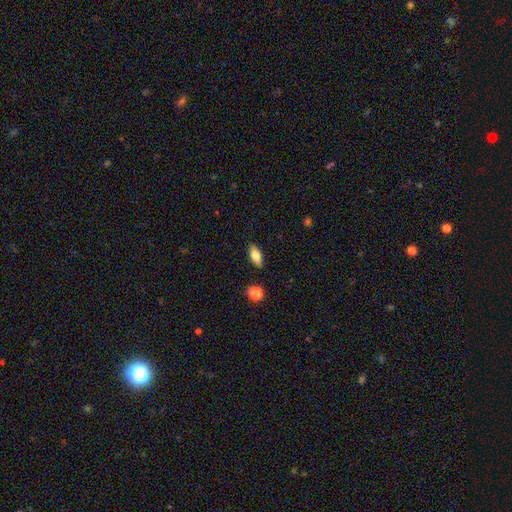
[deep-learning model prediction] smooth-or-featured: smooth: 79% | featured or disk: 14% | star or artifact: 8%
  how-rounded: in between: 85% | cigar-shaped: 11% | round: 4%
  merging: none: 87% | minor disturbance: 9% | major disturbance: 2% | merger: 2%